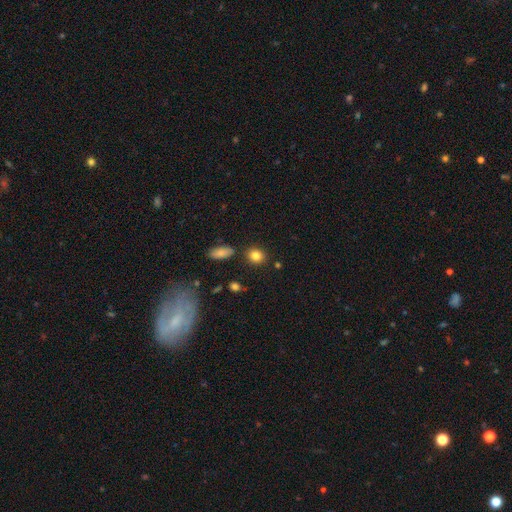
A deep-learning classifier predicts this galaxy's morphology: The model was most divided on "how rounded": round: 65%, in between: 34%, cigar-shaped: 2%. More confident: smooth or featured — smooth (84%); merging — none (84%).